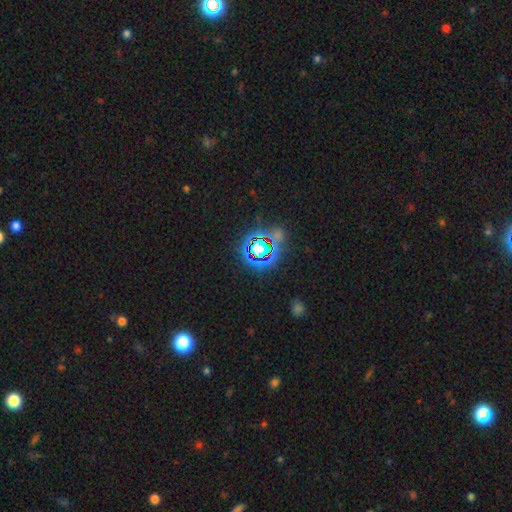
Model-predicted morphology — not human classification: Smooth or featured? star or artifact (75%)